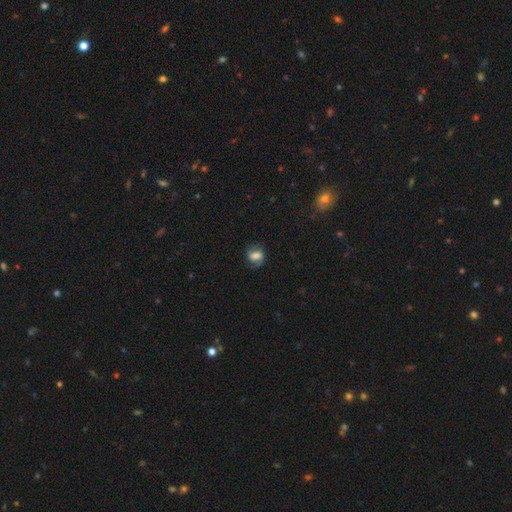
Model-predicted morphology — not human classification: Smooth or featured?
  - smooth: 49% *
  - featured or disk: 41%
  - star or artifact: 10%
Merging?
  - none: 67% *
  - minor disturbance: 21%
  - major disturbance: 11%
  - merger: 1%